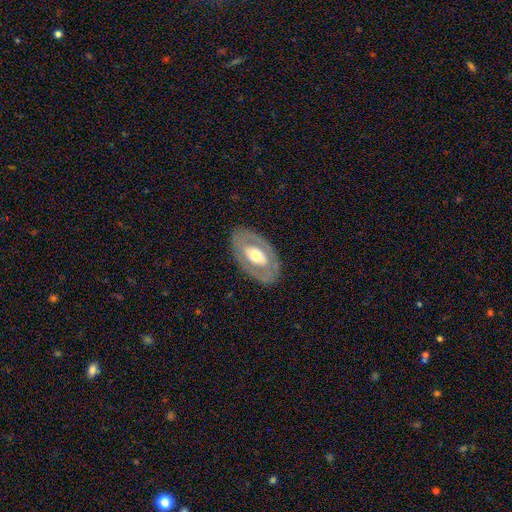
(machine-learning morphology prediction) Smooth or featured: featured or disk — 61% (smooth — 34%)
Edge-on disk: no — 89% (yes — 11%)
Bar: no — 61% (weak — 23%)
Spiral arms: no — 81% (yes — 19%)
Bulge size: moderate — 62% (large — 23%)
Merging: none — 82% (minor disturbance — 11%)